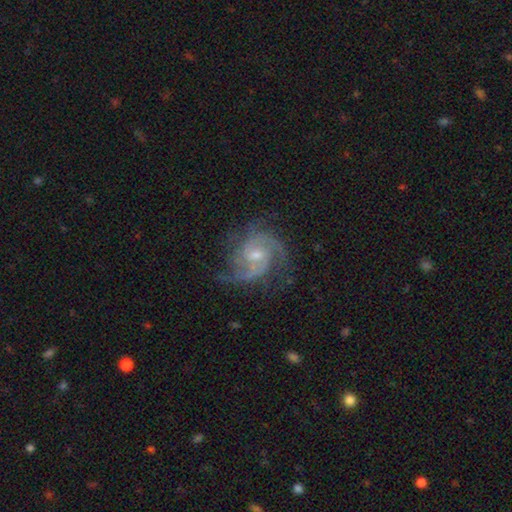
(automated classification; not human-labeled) Morphology: type=featured or disk (90%); edge-on=no (98%); bar=no (51%); spiral arms=yes (98%); winding=medium (52%); arm count=2 (44%); bulge=small (54%); merging=none (68%).